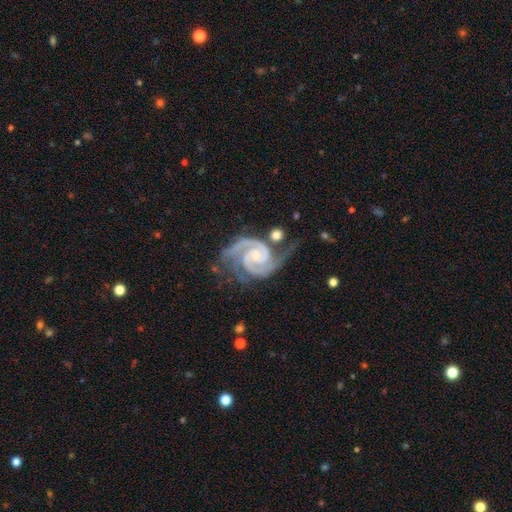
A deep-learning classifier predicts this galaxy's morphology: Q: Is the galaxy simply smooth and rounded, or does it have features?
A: featured or disk — 94%.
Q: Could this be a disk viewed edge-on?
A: no — 98%.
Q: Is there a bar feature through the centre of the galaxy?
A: no — 59%.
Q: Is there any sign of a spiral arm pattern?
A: yes — 99%.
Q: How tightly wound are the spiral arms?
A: tight — 56%.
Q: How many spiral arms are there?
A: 2 — 89%.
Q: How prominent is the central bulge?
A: small — 66%.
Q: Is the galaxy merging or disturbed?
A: none — 59%.